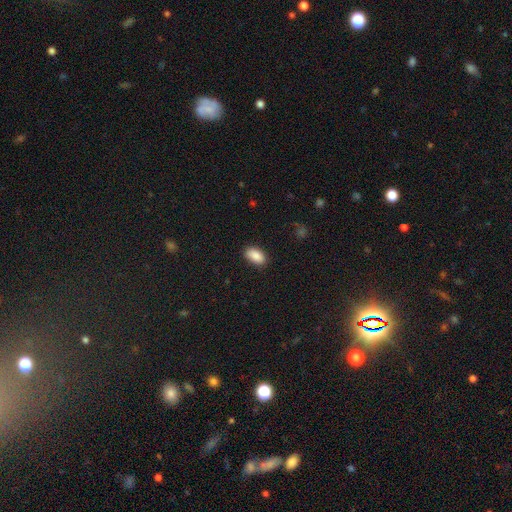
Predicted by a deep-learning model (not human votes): smooth-or-featured: smooth: 90% | star or artifact: 7% | featured or disk: 4%
  how-rounded: in between: 93% | round: 4% | cigar-shaped: 3%
  merging: none: 86% | minor disturbance: 10% | major disturbance: 2% | merger: 1%